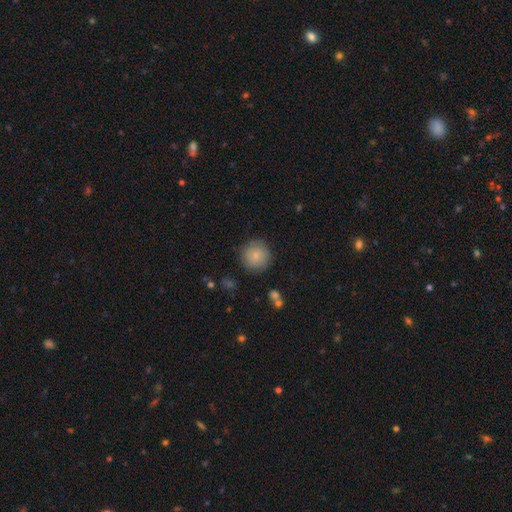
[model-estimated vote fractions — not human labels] The model was most divided on "smooth or featured": smooth: 78%, featured or disk: 15%, star or artifact: 8%. More confident: how rounded — round (94%); merging — none (84%).